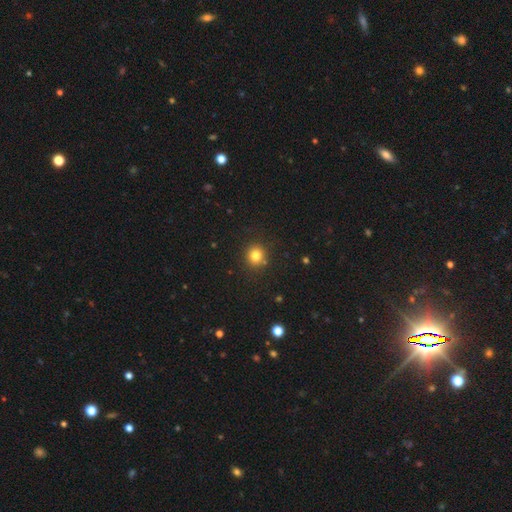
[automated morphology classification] Overall: smooth (81%). How rounded: round (89%). Merging: none (86%).